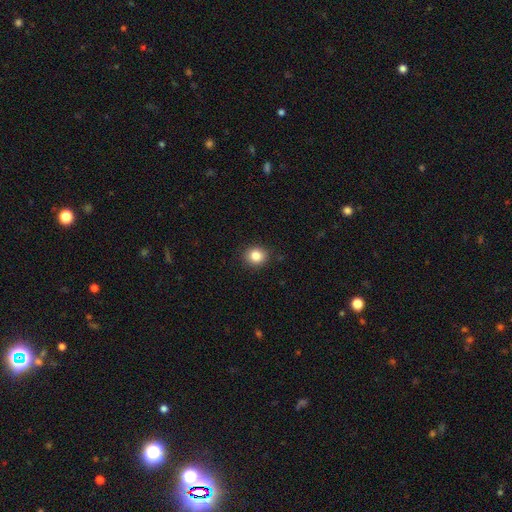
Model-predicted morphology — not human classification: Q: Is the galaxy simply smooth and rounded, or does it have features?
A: smooth — 83%.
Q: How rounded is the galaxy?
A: round — 80%.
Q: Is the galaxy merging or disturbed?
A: none — 90%.